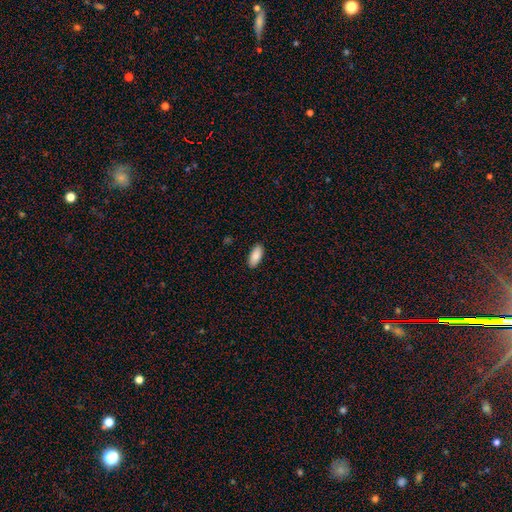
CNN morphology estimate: Smooth or featured? smooth (88%)
How rounded? in between (88%)
Merging? none (90%)